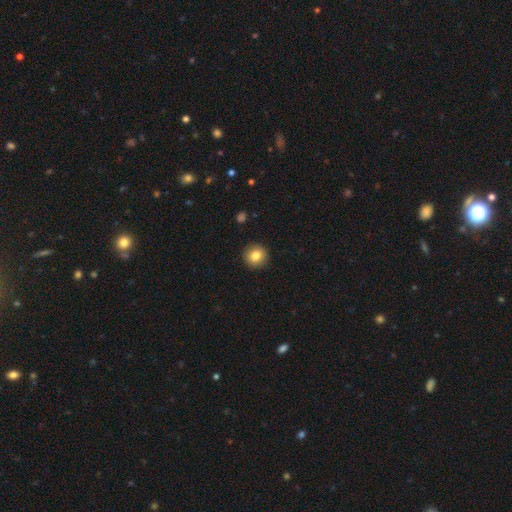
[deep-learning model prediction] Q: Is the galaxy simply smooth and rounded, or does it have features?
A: smooth — 83%.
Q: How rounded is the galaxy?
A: round — 93%.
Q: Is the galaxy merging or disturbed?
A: none — 92%.